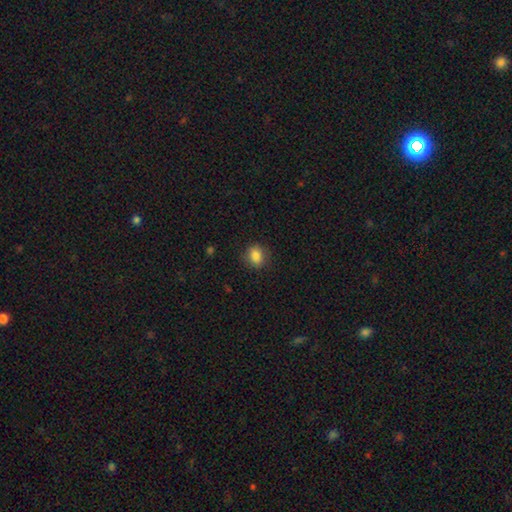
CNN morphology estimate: Overall: smooth (84%). How rounded: round (50%; in between 49%). Merging: none (84%).